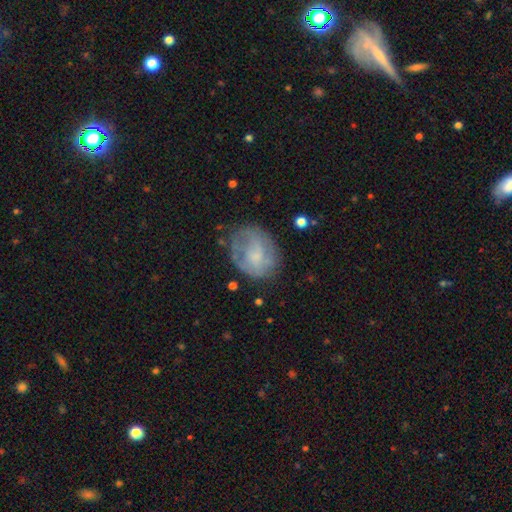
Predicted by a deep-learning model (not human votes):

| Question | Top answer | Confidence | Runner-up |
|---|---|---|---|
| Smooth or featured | featured or disk | 47% | smooth (44%) |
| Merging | none | 60% | minor disturbance (24%) |